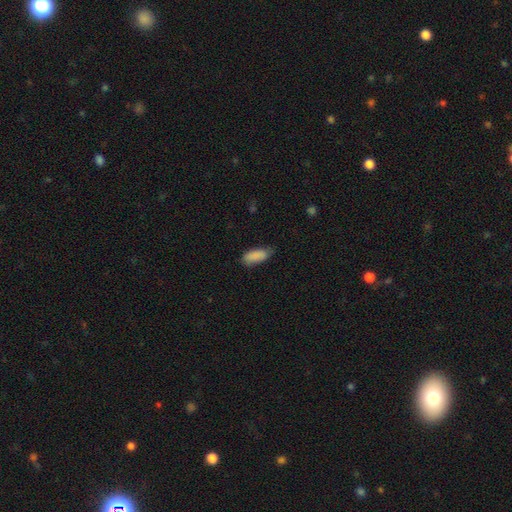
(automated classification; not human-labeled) Smooth or featured: smooth — 88% (star or artifact — 7%)
How rounded: in between — 80% (cigar-shaped — 19%)
Merging: none — 66% (minor disturbance — 28%)